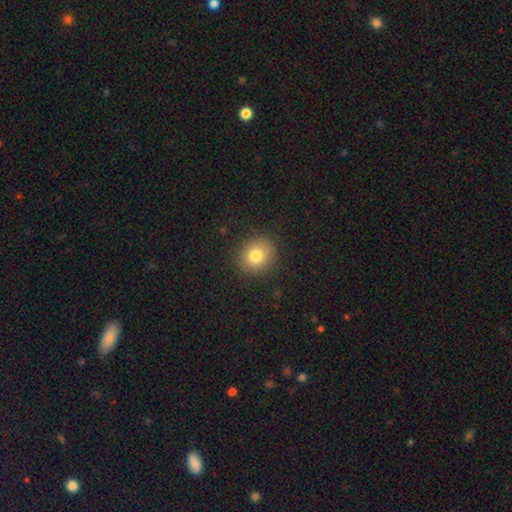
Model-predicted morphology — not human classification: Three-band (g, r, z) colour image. It shows a smooth galaxy with no disk features (80%) that is round (81%). Merging: none (88%).